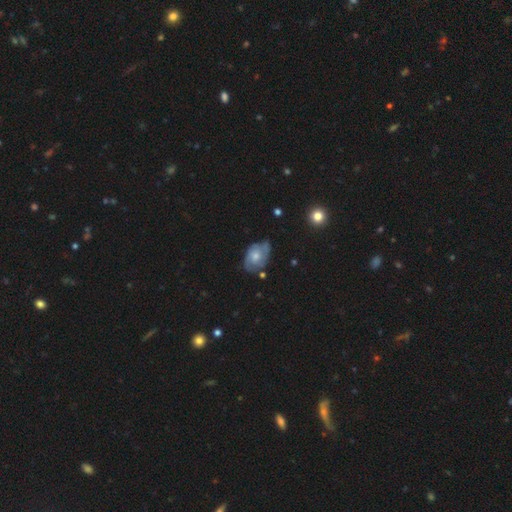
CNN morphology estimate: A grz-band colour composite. It shows a featured or disk galaxy (63%) with no bar (73%), 2 (52%) tight (45%) spiral arms (83%) and a moderate central bulge (52%). Merging: none (57%).